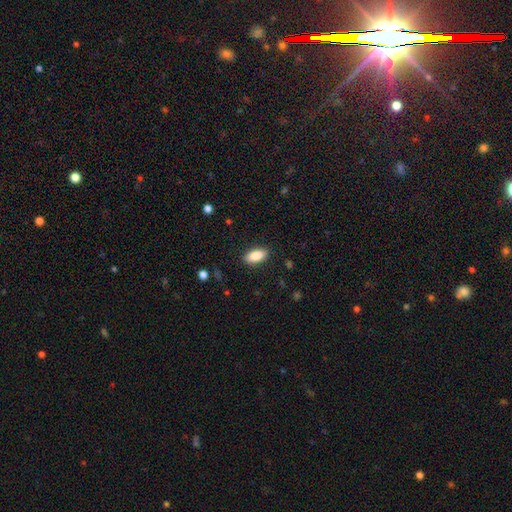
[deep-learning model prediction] smooth-or-featured: smooth: 86% | featured or disk: 7% | star or artifact: 7%
  how-rounded: in between: 89% | cigar-shaped: 8% | round: 3%
  merging: none: 88% | minor disturbance: 9% | major disturbance: 2% | merger: 1%